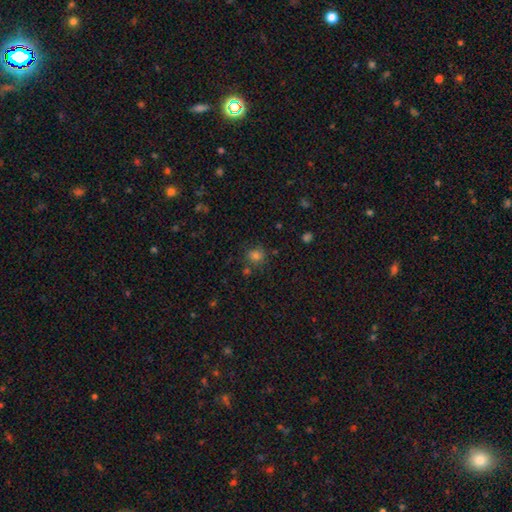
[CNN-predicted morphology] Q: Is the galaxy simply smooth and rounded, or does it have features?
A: smooth — 75%.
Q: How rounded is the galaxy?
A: round — 83%.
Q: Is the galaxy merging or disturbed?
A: none — 73%.